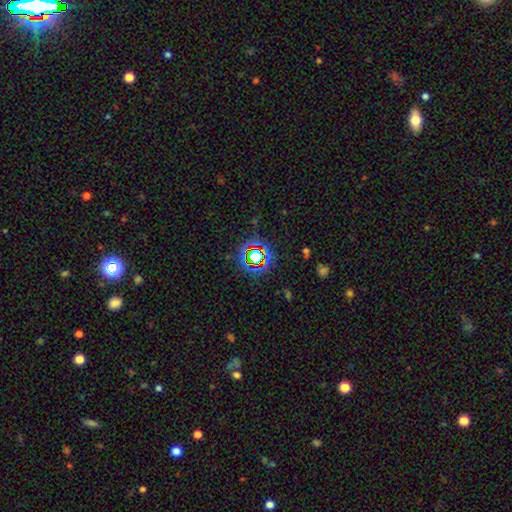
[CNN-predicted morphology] This is likely a star or artifact rather than a galaxy (70%).